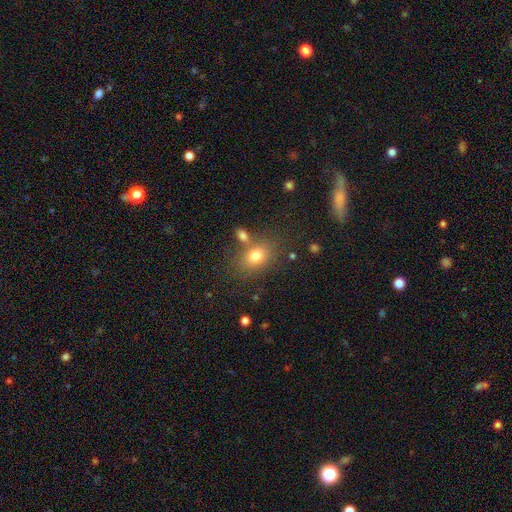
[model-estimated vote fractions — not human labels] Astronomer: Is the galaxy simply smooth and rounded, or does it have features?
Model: smooth — 76%.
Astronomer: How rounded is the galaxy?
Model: in between — 67%.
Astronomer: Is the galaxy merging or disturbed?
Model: none — 65%.